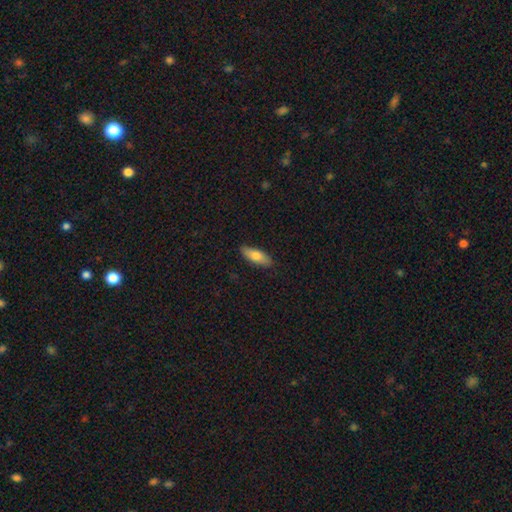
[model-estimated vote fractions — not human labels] Smooth or featured? Predicted: smooth (p=0.75). How rounded? Predicted: in between (p=0.68). Merging? Predicted: none (p=0.88).